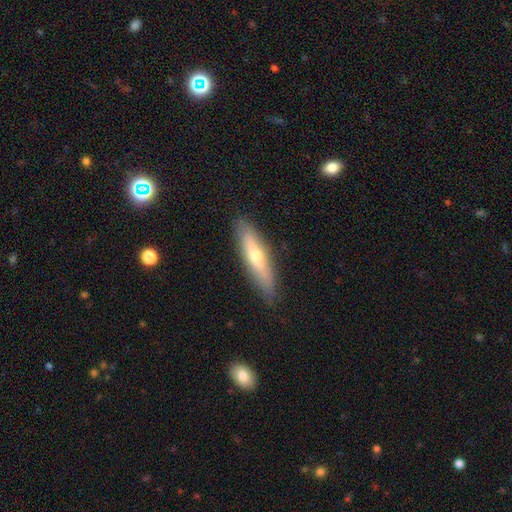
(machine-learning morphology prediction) smooth_or_featured: smooth (p=0.49) [alt: featured or disk p=0.45]
merging: none (p=0.86) [alt: minor disturbance p=0.11]